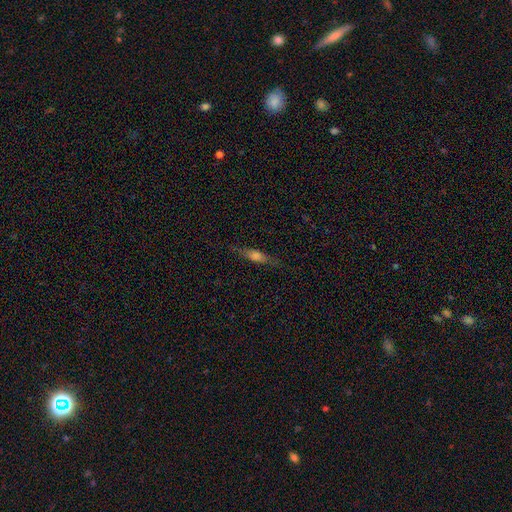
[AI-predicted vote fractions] Overall: featured or disk (48%; smooth 43%). Merging: none (84%).